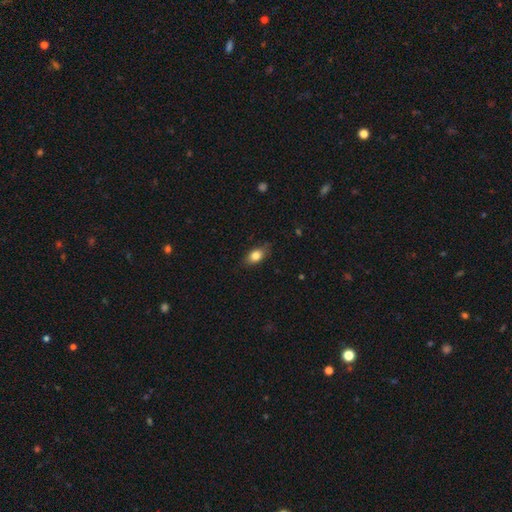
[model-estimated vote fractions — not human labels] Smooth or featured? smooth (81%)
How rounded? in between (84%)
Merging? none (79%)